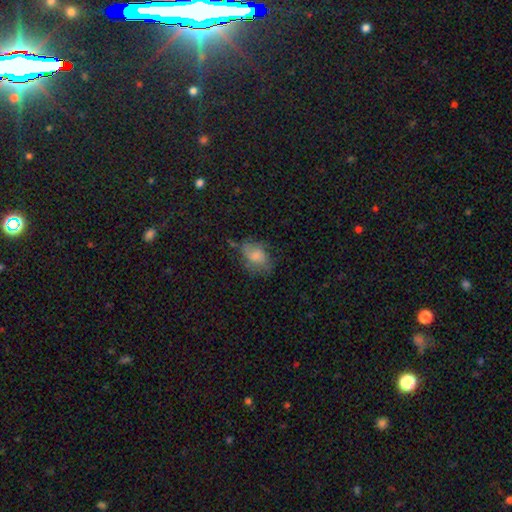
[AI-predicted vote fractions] Morphology: type=smooth (70%); roundness=in between (77%); merging=none (48%).